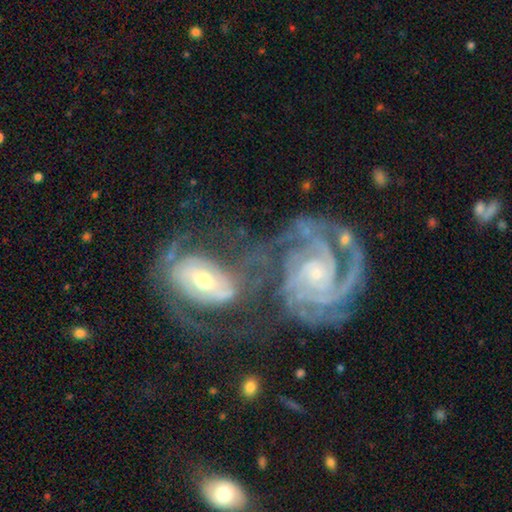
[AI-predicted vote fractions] This appears to be a featured or disk galaxy (86%) with no bar (62%), 2 (34%) tight (67%) spiral arms (96%) and a small central bulge (63%). Merging: merger (46%).